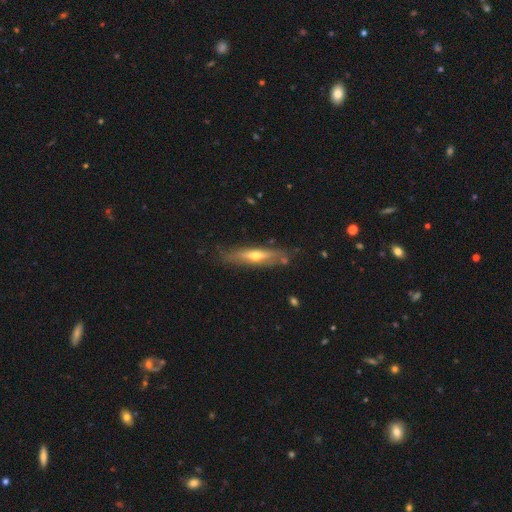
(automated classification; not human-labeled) Q: Smooth or featured?
A: featured or disk (57%); runner-up: smooth (37%)
Q: Edge-on disk?
A: yes (81%); runner-up: no (19%)
Q: Merging?
A: none (78%); runner-up: minor disturbance (15%)